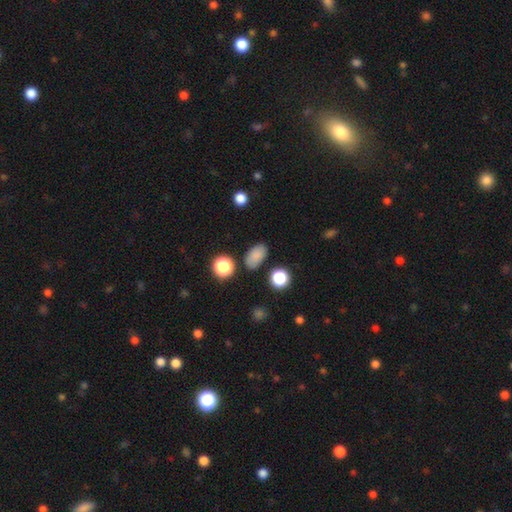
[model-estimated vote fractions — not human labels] This appears to be a smooth galaxy with no disk features (82%) that is in between round and cigar-shaped (88%). Merging: none (80%).